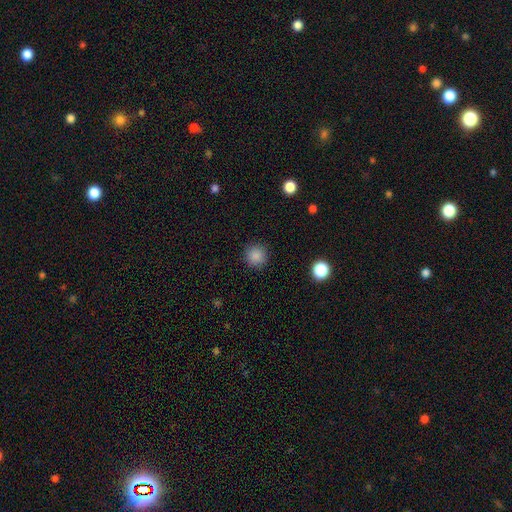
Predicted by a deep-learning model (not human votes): smooth_or_featured: smooth (p=0.86) [alt: star or artifact p=0.10]
how_rounded: round (p=0.94) [alt: in between p=0.05]
merging: none (p=0.91) [alt: minor disturbance p=0.06]